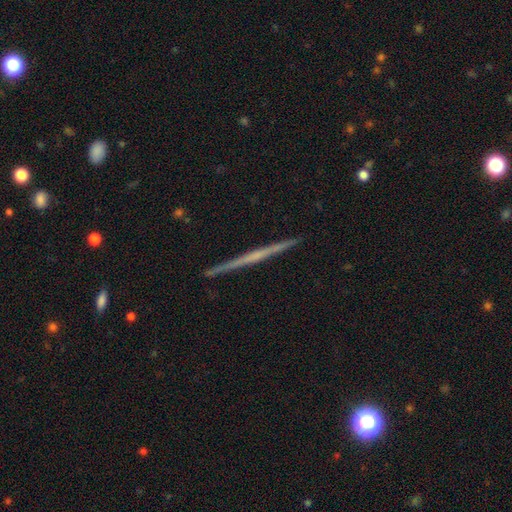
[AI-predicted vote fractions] The model was most divided on "edge-on bulge": none: 71%, rounded: 23%, boxy: 6%. More confident: edge-on disk — yes (98%); merging — none (93%); smooth or featured — featured or disk (72%).